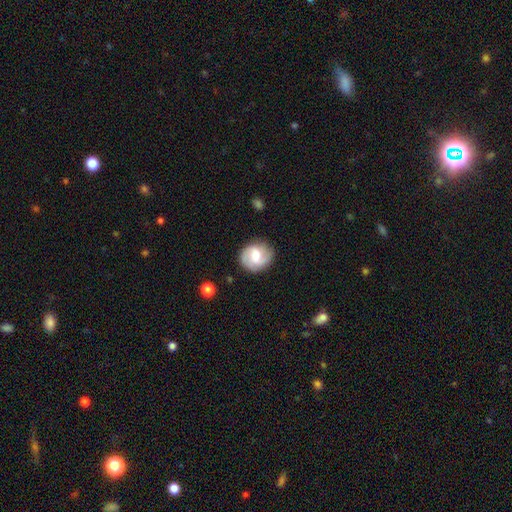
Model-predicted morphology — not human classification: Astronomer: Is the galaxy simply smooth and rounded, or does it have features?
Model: featured or disk — 58% (runner-up: smooth, 35%).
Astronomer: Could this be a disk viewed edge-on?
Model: no — 97%.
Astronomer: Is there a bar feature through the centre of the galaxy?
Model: weak — 54% (runner-up: no, 31%).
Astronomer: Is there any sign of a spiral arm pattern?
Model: yes — 87%.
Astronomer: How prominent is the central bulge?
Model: moderate — 66%.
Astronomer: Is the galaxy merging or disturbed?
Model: none — 81%.